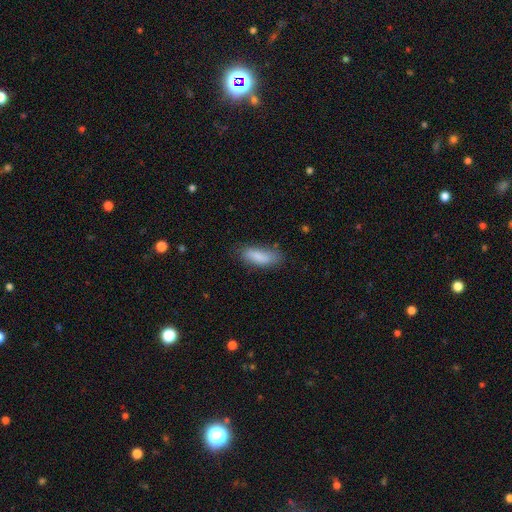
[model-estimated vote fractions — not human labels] A smooth galaxy with no disk features (85%) that is in between round and cigar-shaped (62%). Merging: none (73%).